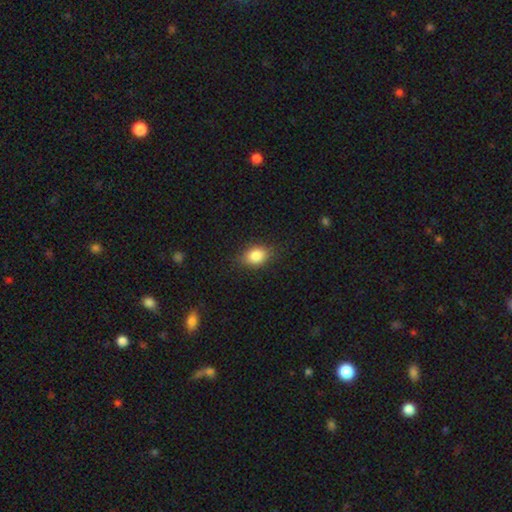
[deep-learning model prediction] This is clearly a smooth galaxy (85%). How rounded: likely in between (70%). Merging: clearly none (82%).